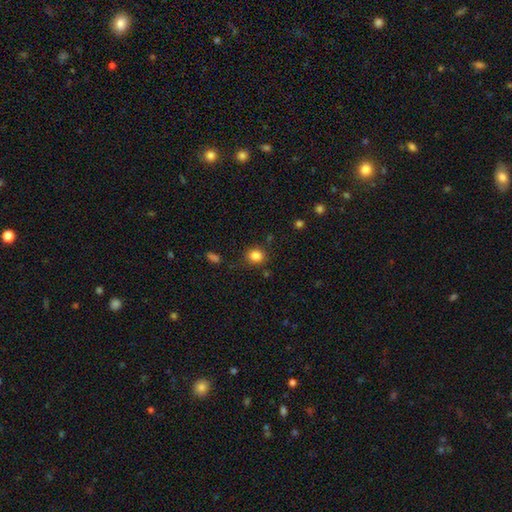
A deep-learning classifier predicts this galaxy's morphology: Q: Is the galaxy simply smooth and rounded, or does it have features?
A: smooth — 85%.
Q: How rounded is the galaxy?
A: round — 74%.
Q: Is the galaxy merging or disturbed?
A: none — 82%.